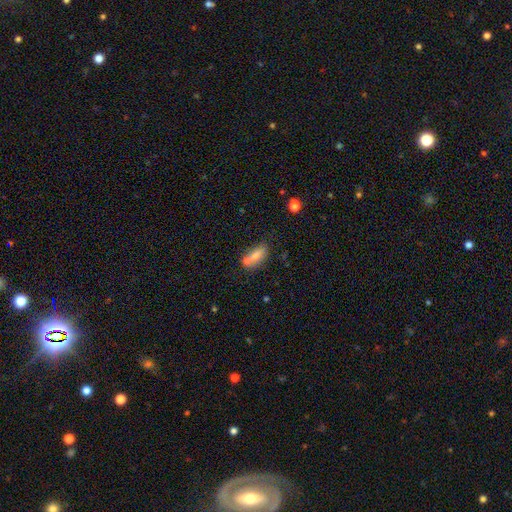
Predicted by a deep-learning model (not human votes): smooth_or_featured: smooth (p=0.74) [alt: featured or disk p=0.16]
how_rounded: in between (p=0.76) [alt: cigar-shaped p=0.19]
merging: none (p=0.50) [alt: merger p=0.28]